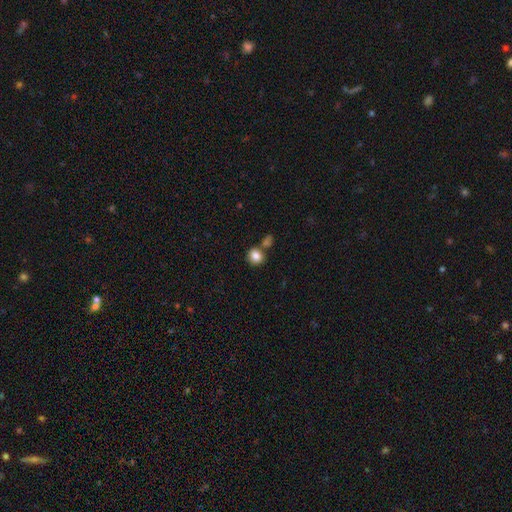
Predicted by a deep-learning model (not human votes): A smooth galaxy with no disk features (83%) that is round (83%). Merging: none (67%).